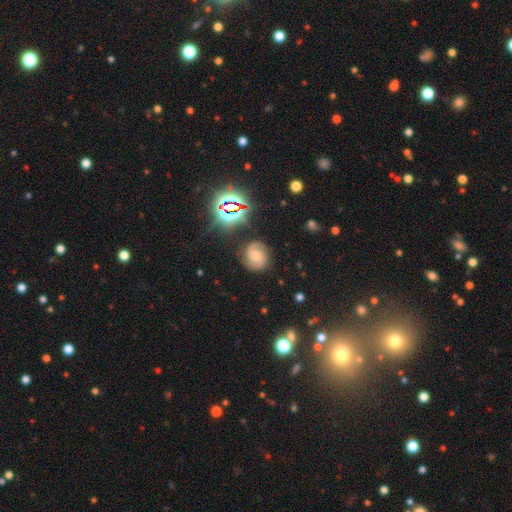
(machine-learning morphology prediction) smooth-or-featured: featured or disk: 57% | smooth: 26% | star or artifact: 17%
  disk-edge-on: no: 97% | yes: 3%
    bar: no: 60% | weak: 32% | strong: 8%
    has-spiral-arms: yes: 92% | no: 8%
      spiral-winding: medium: 46% | tight: 37% | loose: 16%
      spiral-arm-count: 2: 81% | can't tell: 9% | 1: 5% | 3: 3% | 4: 1% | more than 4: 1%
    bulge-size: moderate: 48% | small: 41% | none: 6% | large: 4% | dominant: 2%
  merging: none: 78% | minor disturbance: 15% | major disturbance: 5% | merger: 2%